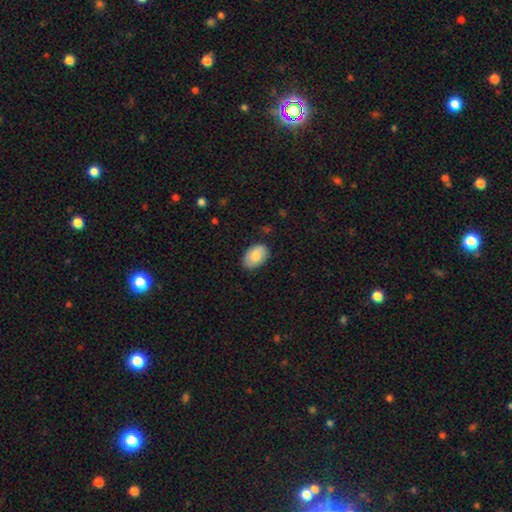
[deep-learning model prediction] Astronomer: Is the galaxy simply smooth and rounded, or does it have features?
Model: smooth — 77%.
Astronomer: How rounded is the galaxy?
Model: in between — 88%.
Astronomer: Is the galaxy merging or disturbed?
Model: none — 82%.